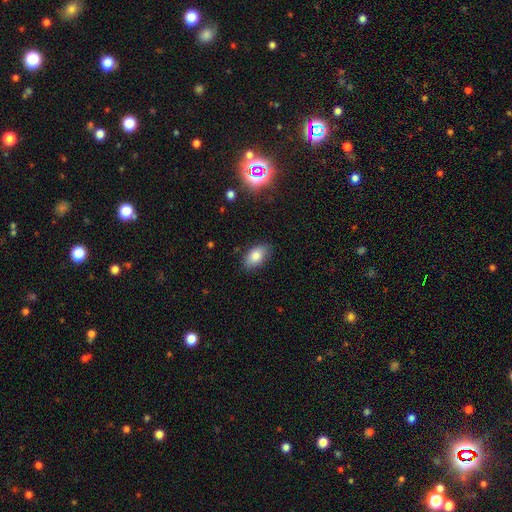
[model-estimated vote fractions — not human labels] This is clearly a smooth galaxy (82%). How rounded: clearly in between (92%). Merging: clearly none (81%).